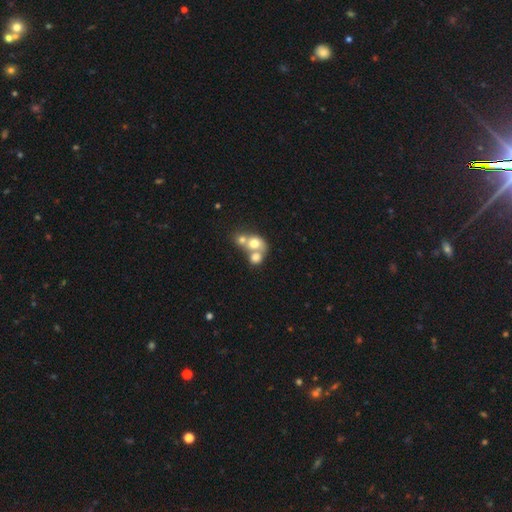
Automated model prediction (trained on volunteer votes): Smooth or featured? smooth (60%)
How rounded? round (62%)
Merging? merger (70%)